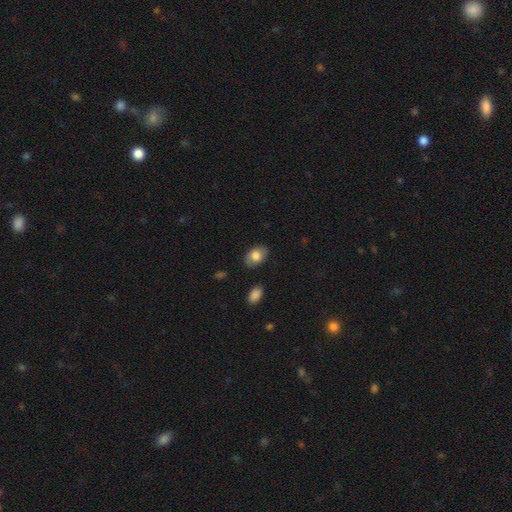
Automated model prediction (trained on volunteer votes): Smooth or featured? smooth (80%)
How rounded? in between (85%)
Merging? none (82%)